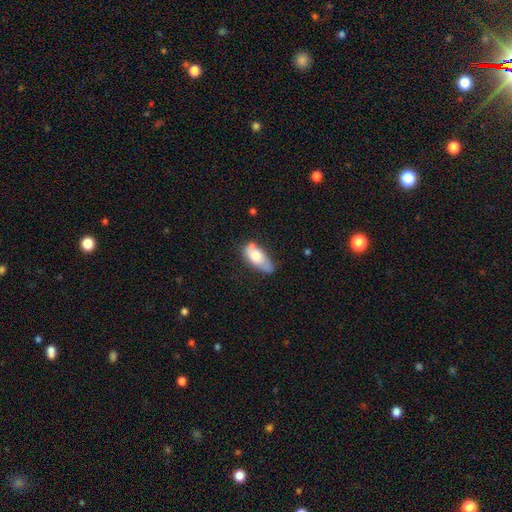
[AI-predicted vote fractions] Smooth or featured? smooth (69%)
How rounded? in between (87%)
Merging? none (50%)